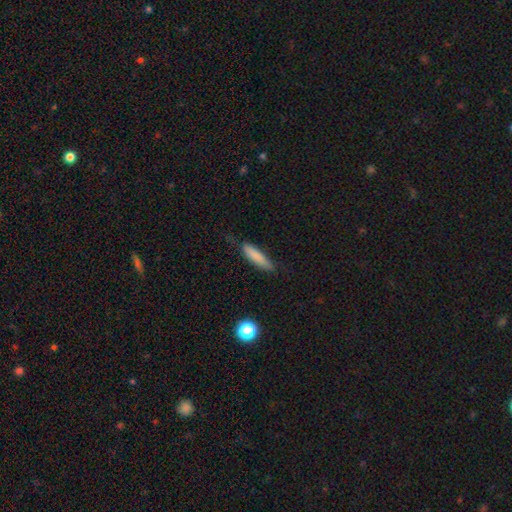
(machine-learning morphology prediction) smooth 83%, featured or disk 10%, star or artifact 7%. Down the decision tree: how rounded — cigar-shaped (76%); merging — none (75%).